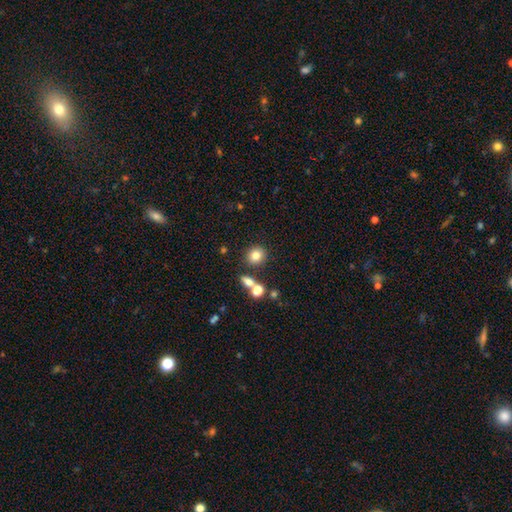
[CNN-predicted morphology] Overall: smooth (80%). How rounded: round (82%). Merging: none (79%).